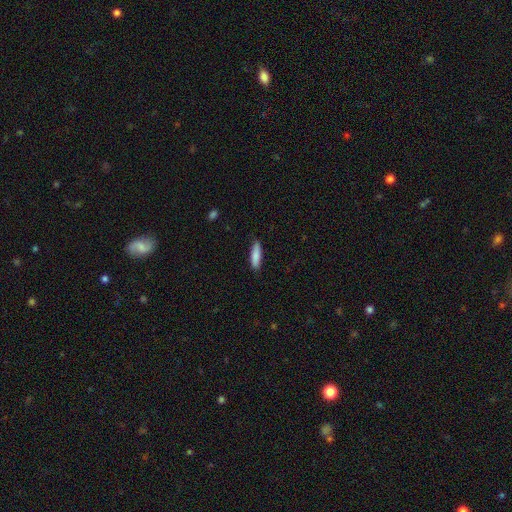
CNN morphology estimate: A smooth galaxy with no disk features (87%) that is cigar-shaped (67%). Merging: none (86%).